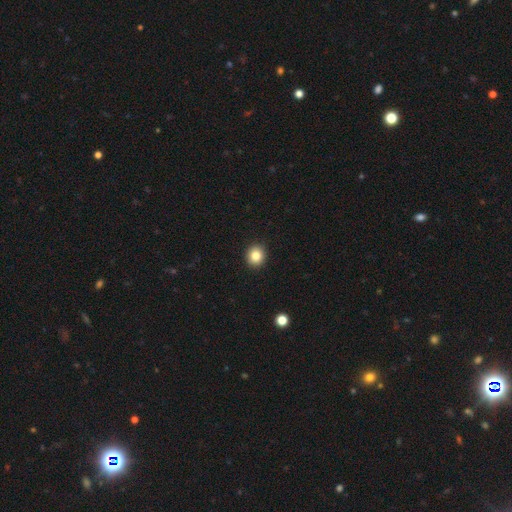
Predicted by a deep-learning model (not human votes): A smooth galaxy with no disk features (84%) that is round (84%). Merging: none (92%).